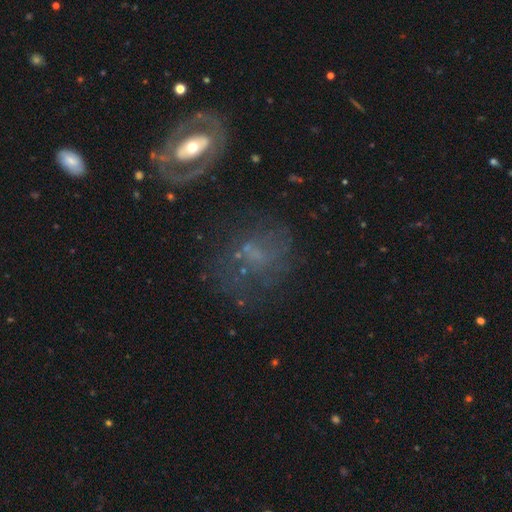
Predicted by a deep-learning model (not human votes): This appears to be a featured or disk galaxy (50%). Merging: none (51%).